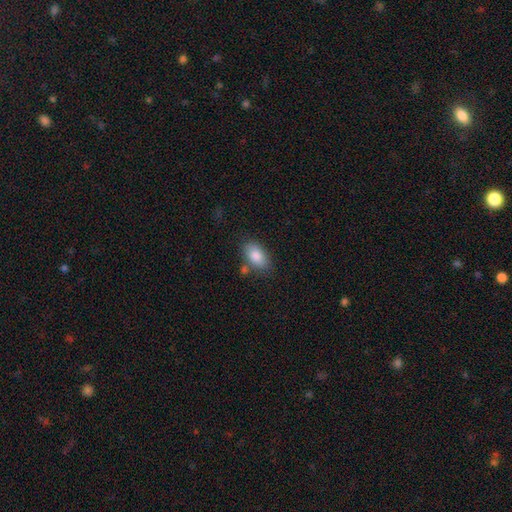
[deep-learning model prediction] This is clearly a smooth galaxy (85%). How rounded: clearly in between (92%). Merging: likely none (73%).